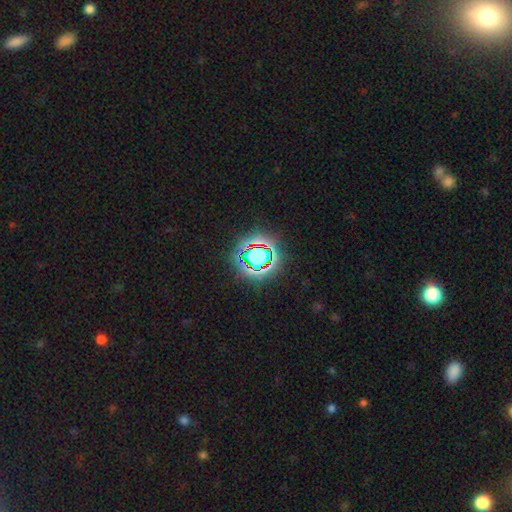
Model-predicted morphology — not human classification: Smooth or featured? star or artifact (69%)